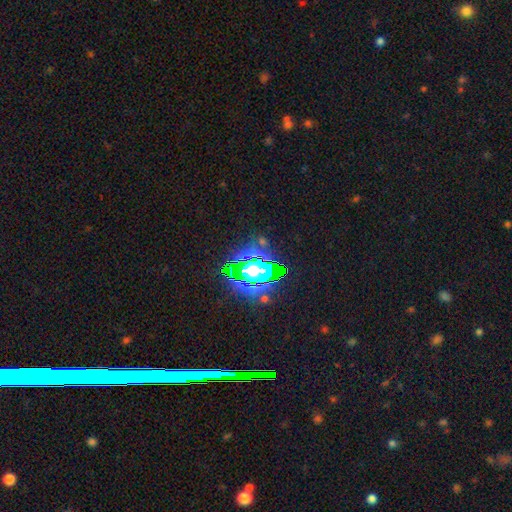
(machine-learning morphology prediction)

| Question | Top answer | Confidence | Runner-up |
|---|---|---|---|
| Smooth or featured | star or artifact | 82% | smooth (9%) |